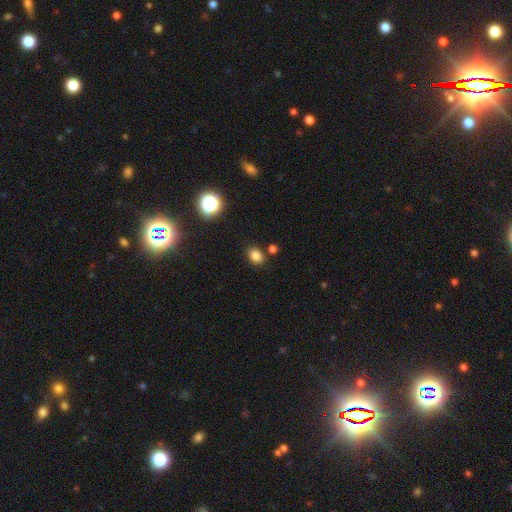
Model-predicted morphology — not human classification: Smooth or featured?
  - smooth: 81% *
  - star or artifact: 14%
  - featured or disk: 5%
How rounded?
  - in between: 69% *
  - round: 30%
  - cigar-shaped: 1%
Merging?
  - none: 81% *
  - minor disturbance: 10%
  - merger: 6%
  - major disturbance: 3%